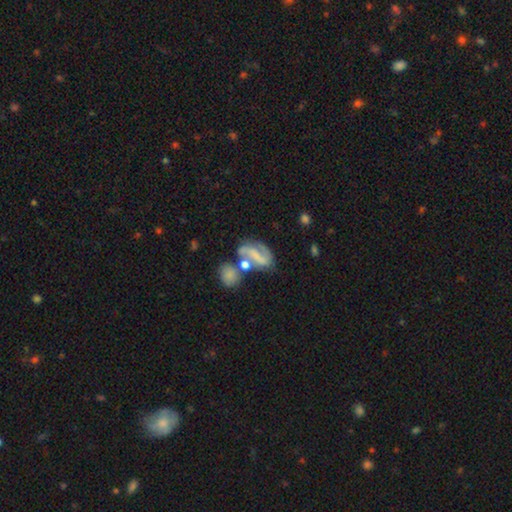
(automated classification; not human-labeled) smooth-or-featured: featured or disk: 67% | smooth: 24% | star or artifact: 9%
  disk-edge-on: no: 96% | yes: 4%
    bar: strong: 37% | weak: 34% | no: 29%
    has-spiral-arms: yes: 83% | no: 17%
      spiral-winding: loose: 44% | medium: 40% | tight: 16%
      spiral-arm-count: 2: 83% | 1: 7% | can't tell: 6% | 3: 1% | 4: 1% | more than 4: 1%
    bulge-size: none: 47% | small: 30% | moderate: 17% | large: 5% | dominant: 2%
  merging: none: 42% | merger: 28% | minor disturbance: 18% | major disturbance: 13%